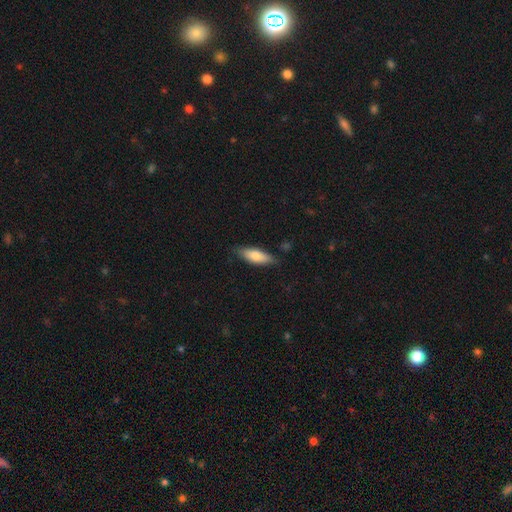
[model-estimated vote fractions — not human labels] The model was most divided on "how rounded": in between: 63%, cigar-shaped: 35%, round: 2%. More confident: merging — none (79%); smooth or featured — smooth (77%).